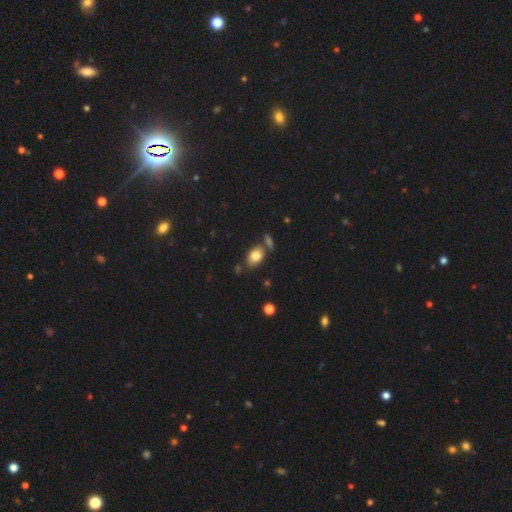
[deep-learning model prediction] Smooth or featured? smooth (80%)
How rounded? in between (83%)
Merging? none (67%)